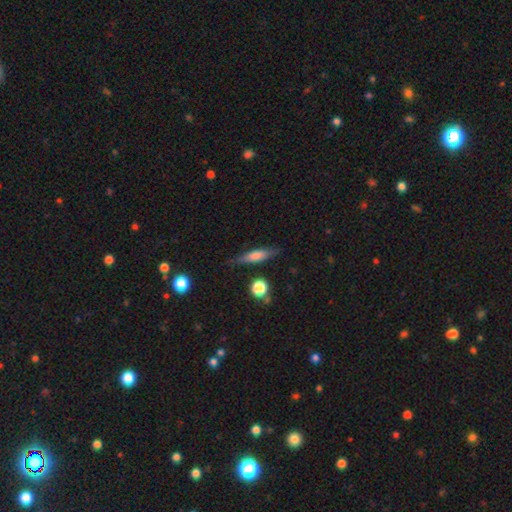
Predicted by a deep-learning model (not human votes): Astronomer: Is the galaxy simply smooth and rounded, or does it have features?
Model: smooth — 56% (runner-up: featured or disk, 36%).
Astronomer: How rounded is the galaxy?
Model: cigar-shaped — 74%.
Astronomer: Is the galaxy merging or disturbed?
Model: none — 79%.